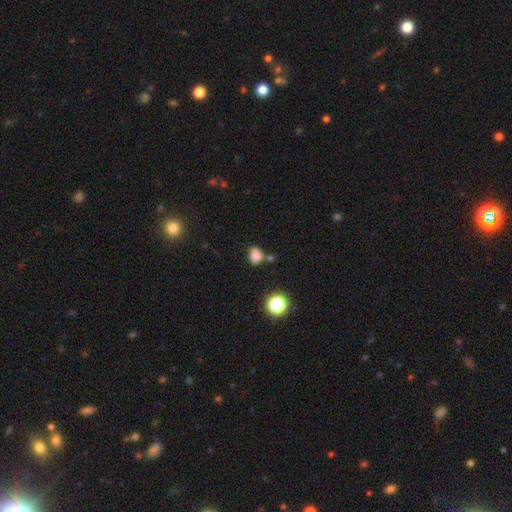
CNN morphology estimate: Q: Smooth or featured?
A: smooth (78%); runner-up: star or artifact (14%)
Q: How rounded?
A: in between (64%); runner-up: round (34%)
Q: Merging?
A: none (48%); runner-up: minor disturbance (23%)